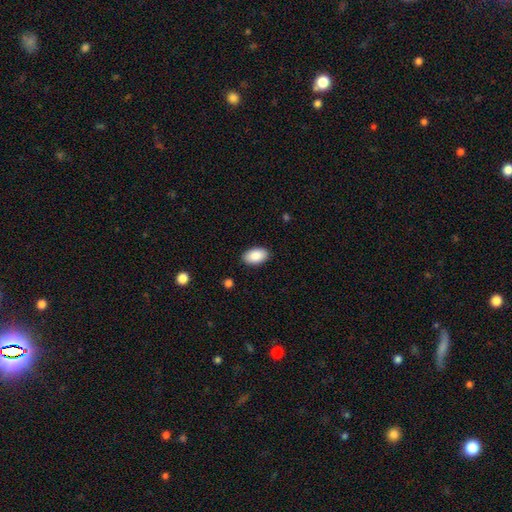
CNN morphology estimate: smooth 89%, star or artifact 6%, featured or disk 4%. Down the decision tree: how rounded — in between (94%); merging — none (89%).